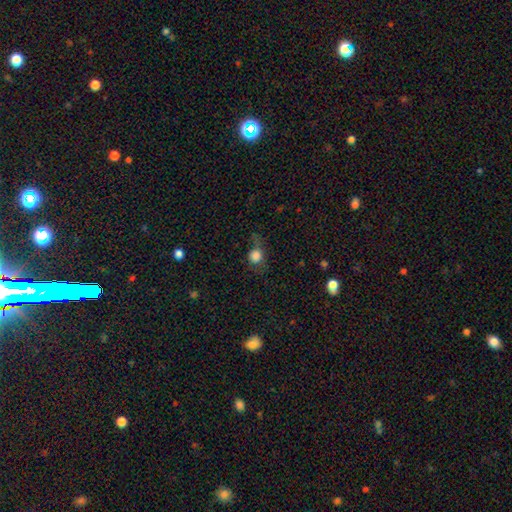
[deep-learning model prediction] Q: Smooth or featured?
A: smooth (79%); runner-up: star or artifact (12%)
Q: How rounded?
A: round (77%); runner-up: in between (21%)
Q: Merging?
A: none (46%); runner-up: minor disturbance (27%)